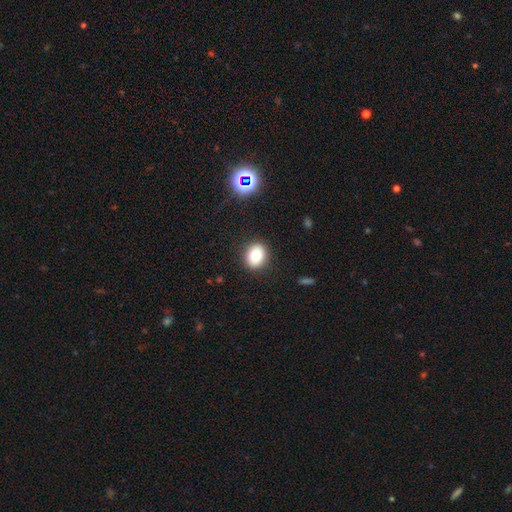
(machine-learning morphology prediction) A smooth galaxy with no disk features (77%) that is round (62%). Merging: none (89%).